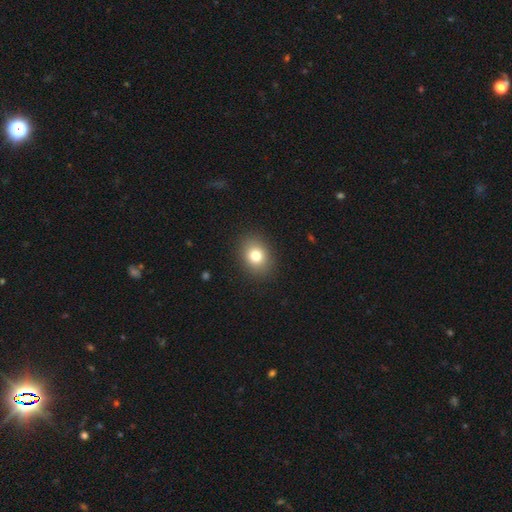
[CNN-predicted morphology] smooth_or_featured: smooth (p=0.79) [alt: star or artifact p=0.11]
how_rounded: in between (p=0.51) [alt: round p=0.48]
merging: none (p=0.89) [alt: minor disturbance p=0.08]